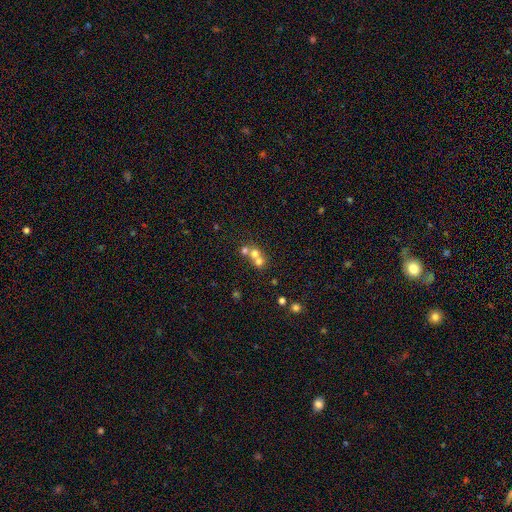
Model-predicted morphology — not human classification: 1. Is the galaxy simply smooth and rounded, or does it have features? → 63% smooth, 21% featured or disk, 17% star or artifact.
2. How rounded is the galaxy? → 81% round, 18% in between, 1% cigar-shaped.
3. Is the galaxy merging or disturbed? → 62% merger, 31% none, 5% minor disturbance, 3% major disturbance.